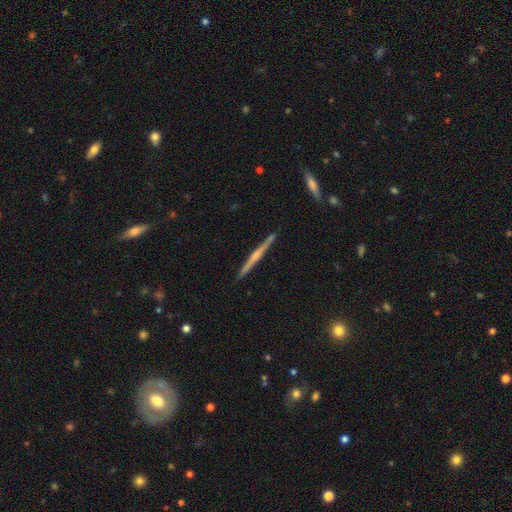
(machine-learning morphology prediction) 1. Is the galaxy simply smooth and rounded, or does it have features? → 71% featured or disk, 23% smooth, 6% star or artifact.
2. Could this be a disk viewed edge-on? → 98% yes, 2% no.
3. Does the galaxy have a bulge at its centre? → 60% rounded, 30% none, 10% boxy.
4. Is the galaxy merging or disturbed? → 92% none, 6% minor disturbance, 1% merger, 1% major disturbance.